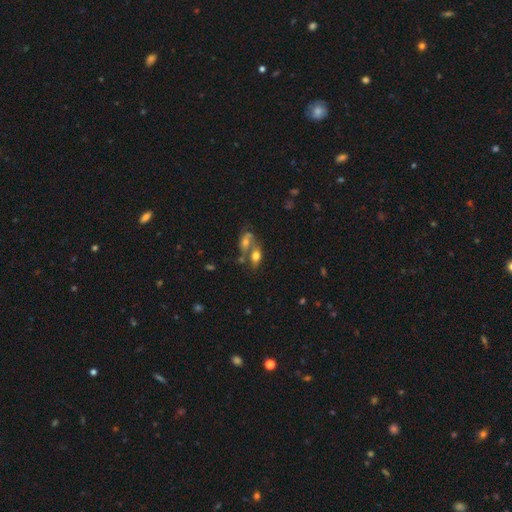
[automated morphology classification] smooth-or-featured: smooth: 61% | featured or disk: 27% | star or artifact: 12%
  how-rounded: in between: 81% | round: 10% | cigar-shaped: 8%
  merging: merger: 56% | none: 29% | minor disturbance: 9% | major disturbance: 6%